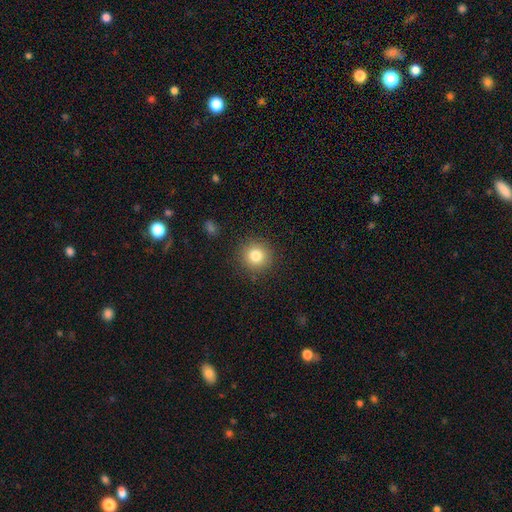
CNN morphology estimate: A smooth galaxy with no disk features (81%) that is round (93%). Merging: none (89%).